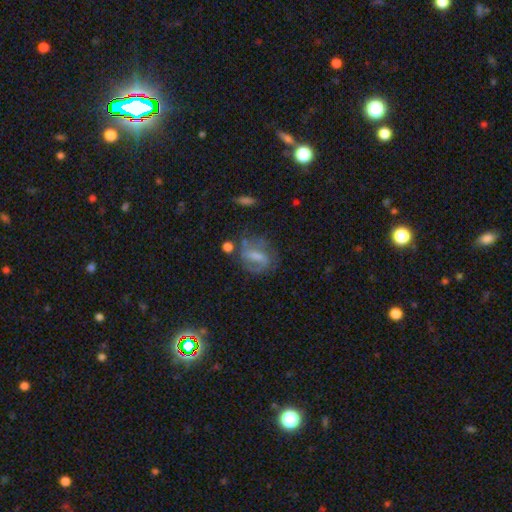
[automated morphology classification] smooth_or_featured: featured or disk (p=0.57) [alt: smooth p=0.28]
disk_edge_on: no (p=0.91) [alt: yes p=0.09]
bar: weak (p=0.40) [tied with: strong p=0.40]
has_spiral_arms: yes (p=0.75) [alt: no p=0.25]
bulge_size: small (p=0.33) [alt: moderate p=0.30]
merging: none (p=0.63) [alt: minor disturbance p=0.20]